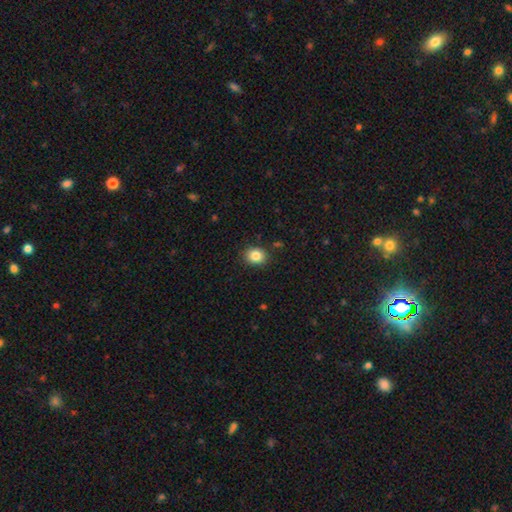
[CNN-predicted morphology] Overall: smooth (85%). How rounded: round (62%; in between 37%). Merging: none (88%).